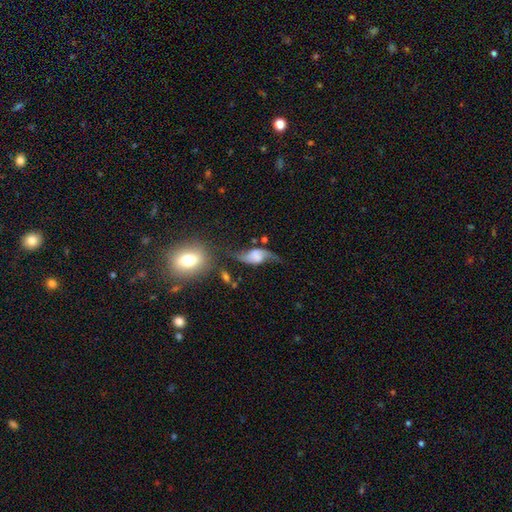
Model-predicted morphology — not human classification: smooth_or_featured: featured or disk (p=0.72) [alt: smooth p=0.19]
disk_edge_on: no (p=0.93) [alt: yes p=0.07]
bar: no (p=0.52) [alt: weak p=0.34]
has_spiral_arms: yes (p=0.90) [alt: no p=0.10]
spiral_winding: loose (p=0.82) [alt: medium p=0.13]
spiral_arm_count: 2 (p=0.91) [alt: 1 p=0.03]
bulge_size: none (p=0.41) [alt: small p=0.18]
merging: none (p=0.51) [alt: minor disturbance p=0.22]